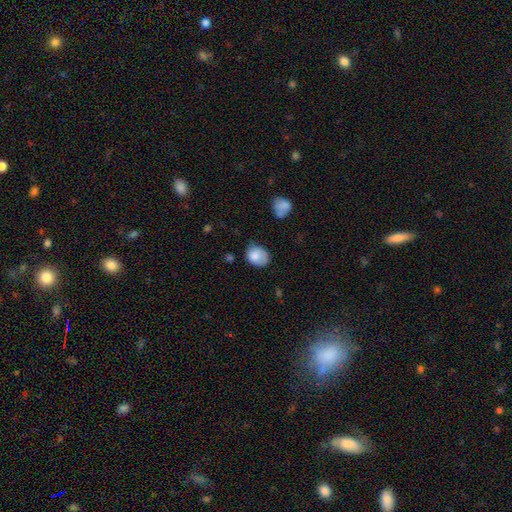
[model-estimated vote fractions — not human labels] Overall: smooth (82%). How rounded: in between (54%; round 45%). Merging: none (51%; minor disturbance 36%).